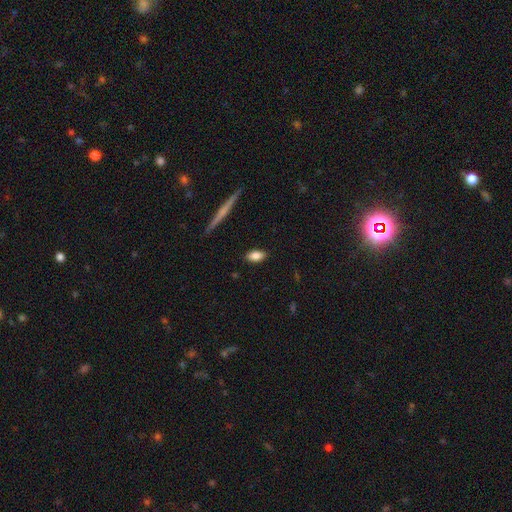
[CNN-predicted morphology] Q: Smooth or featured?
A: smooth (84%); runner-up: featured or disk (9%)
Q: How rounded?
A: in between (87%); runner-up: cigar-shaped (8%)
Q: Merging?
A: none (87%); runner-up: minor disturbance (10%)